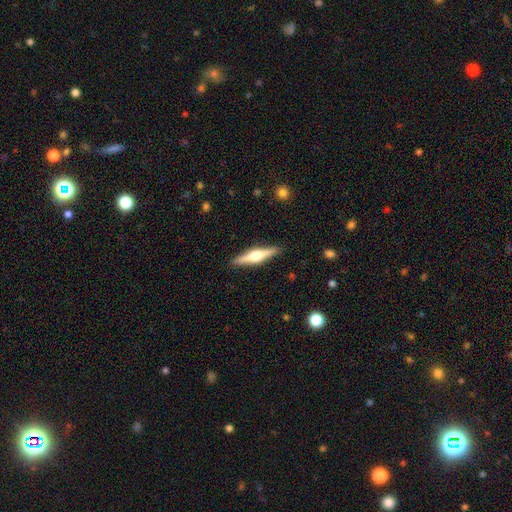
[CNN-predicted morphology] Smooth or featured? featured or disk (70%)
Edge-on disk? yes (98%)
Edge-on bulge? rounded (94%)
Merging? none (91%)